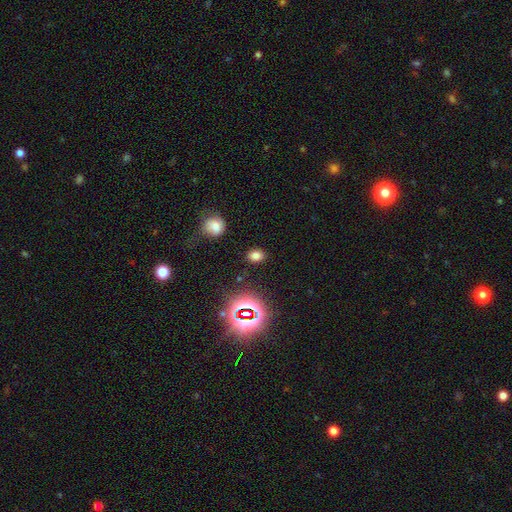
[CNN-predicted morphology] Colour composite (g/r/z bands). It shows a smooth galaxy with no disk features (71%) that is in between round and cigar-shaped (60%). Merging: none (85%).